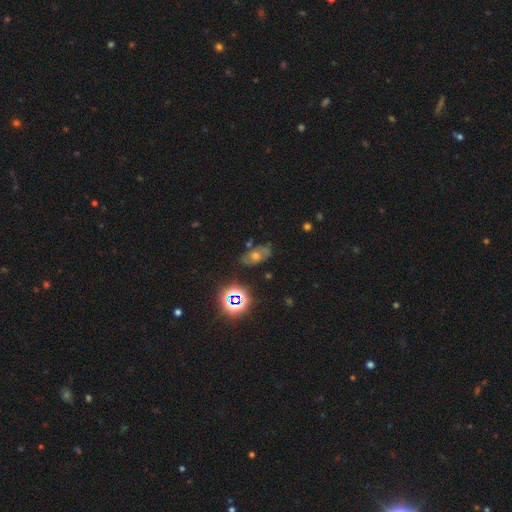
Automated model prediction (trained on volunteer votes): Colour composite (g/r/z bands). It shows a star or artifact, not a galaxy (36%).